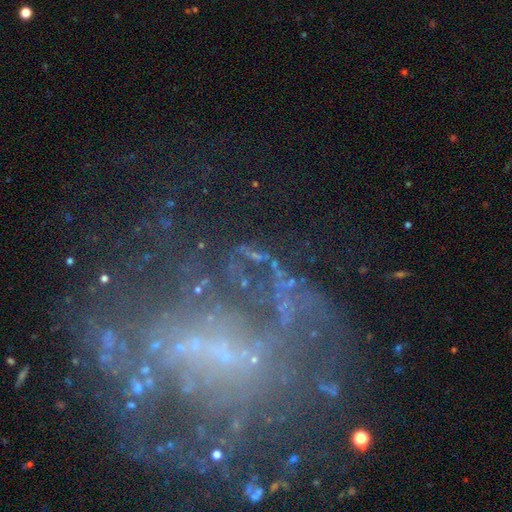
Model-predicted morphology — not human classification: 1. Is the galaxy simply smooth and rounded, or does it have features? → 43% star or artifact, 41% featured or disk, 16% smooth.